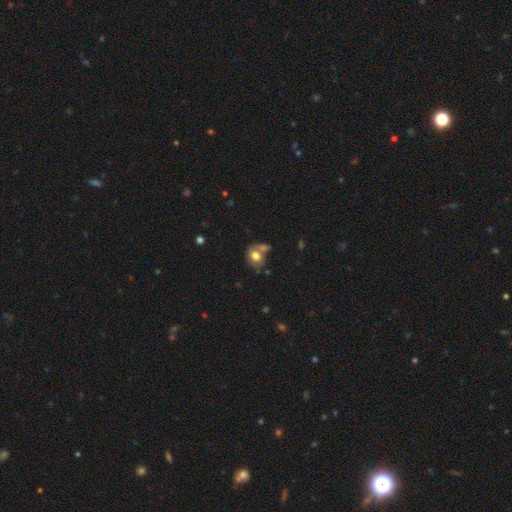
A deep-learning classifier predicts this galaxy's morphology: smooth_or_featured: smooth (p=0.74) [alt: featured or disk p=0.17]
how_rounded: round (p=0.50) [alt: in between p=0.49]
merging: none (p=0.44) [alt: merger p=0.35]